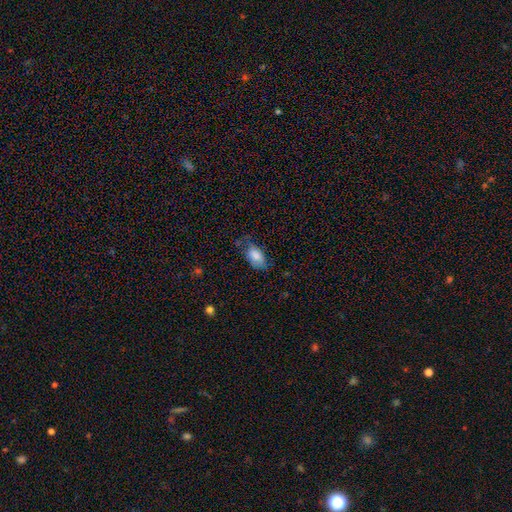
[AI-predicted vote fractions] smooth-or-featured: smooth: 82% | featured or disk: 11% | star or artifact: 7%
  how-rounded: in between: 92% | round: 5% | cigar-shaped: 3%
  merging: none: 52% | minor disturbance: 34% | major disturbance: 12% | merger: 2%